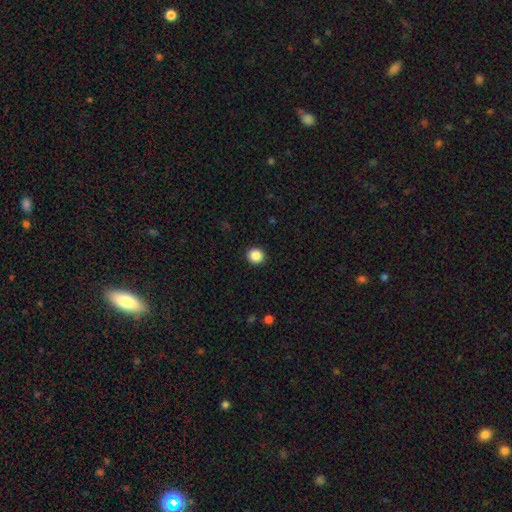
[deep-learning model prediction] Q: Smooth or featured?
A: smooth (88%); runner-up: star or artifact (10%)
Q: How rounded?
A: round (94%); runner-up: in between (5%)
Q: Merging?
A: none (93%); runner-up: minor disturbance (4%)